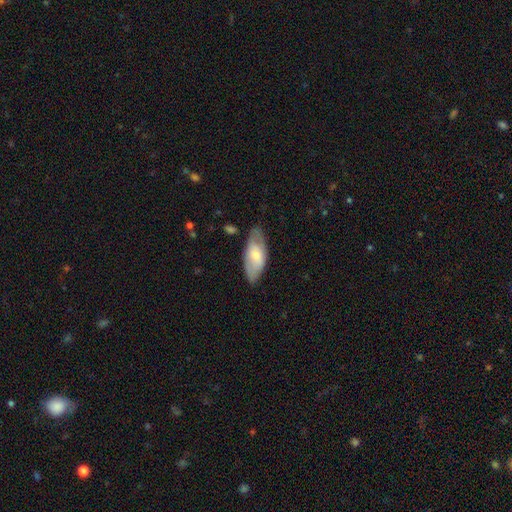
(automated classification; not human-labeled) Smooth or featured?
  - smooth: 60% *
  - featured or disk: 35%
  - star or artifact: 6%
How rounded?
  - in between: 88% *
  - cigar-shaped: 9%
  - round: 2%
Merging?
  - none: 68% *
  - minor disturbance: 24%
  - major disturbance: 6%
  - merger: 2%